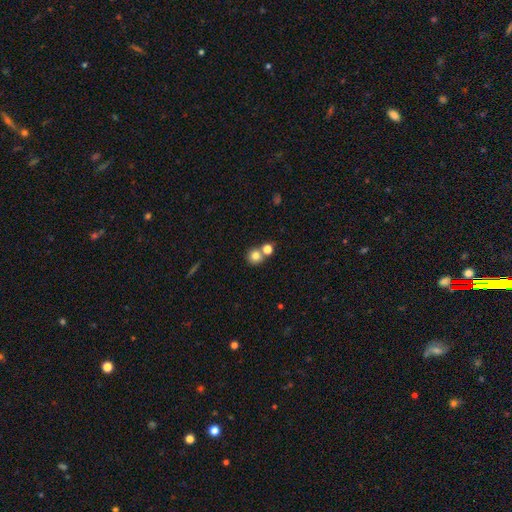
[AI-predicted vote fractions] Morphology: type=smooth (77%); roundness=round (87%); merging=none (55%).